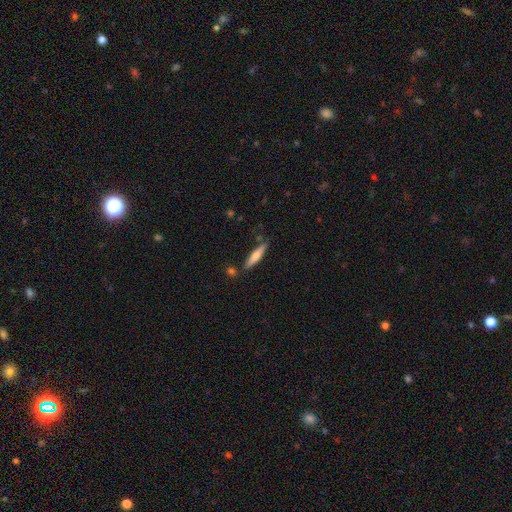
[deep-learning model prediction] Q: Smooth or featured?
A: smooth (60%); runner-up: featured or disk (35%)
Q: How rounded?
A: cigar-shaped (86%); runner-up: in between (12%)
Q: Merging?
A: none (81%); runner-up: minor disturbance (12%)